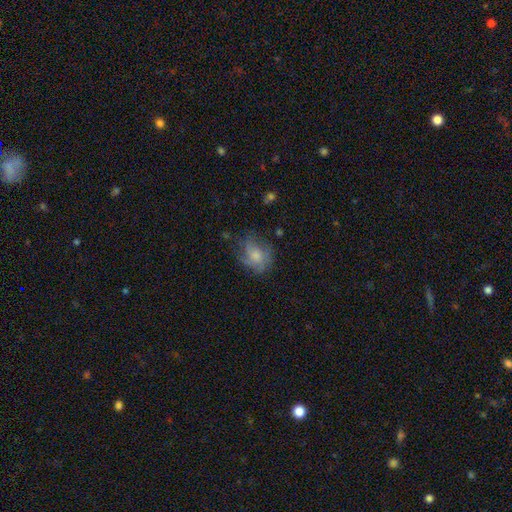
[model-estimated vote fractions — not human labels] Smooth or featured? Predicted: smooth (p=0.59). How rounded? Predicted: in between (p=0.51). Merging? Predicted: none (p=0.55).